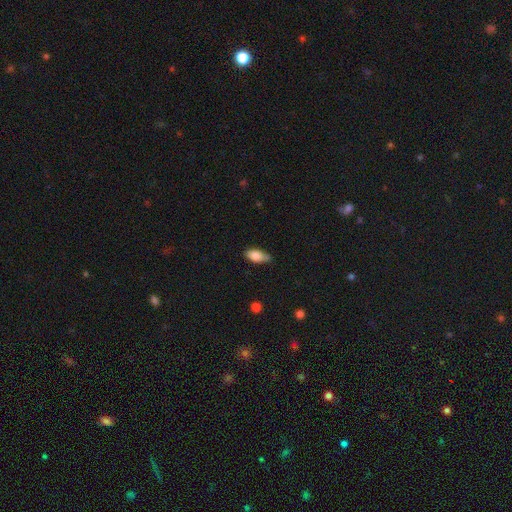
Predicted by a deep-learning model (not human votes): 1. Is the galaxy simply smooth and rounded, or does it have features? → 85% smooth, 9% featured or disk, 7% star or artifact.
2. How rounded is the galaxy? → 89% in between, 8% cigar-shaped, 3% round.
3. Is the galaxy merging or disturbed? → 59% none, 34% minor disturbance, 5% major disturbance, 2% merger.